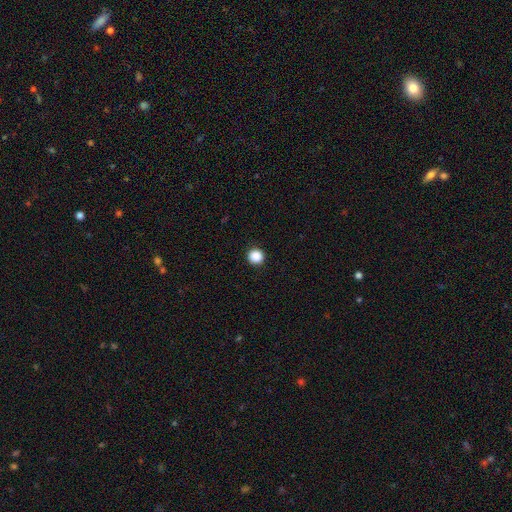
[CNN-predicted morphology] Q: Smooth or featured?
A: smooth (88%); runner-up: star or artifact (10%)
Q: How rounded?
A: round (95%); runner-up: in between (4%)
Q: Merging?
A: none (93%); runner-up: minor disturbance (4%)